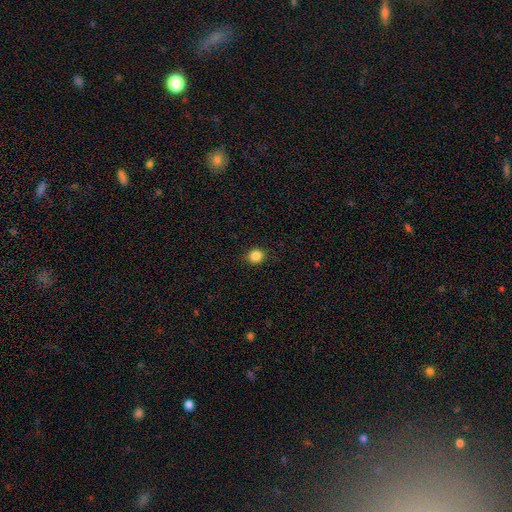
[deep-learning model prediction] This appears to be a smooth galaxy with no disk features (86%) that is round (83%). Merging: none (90%).